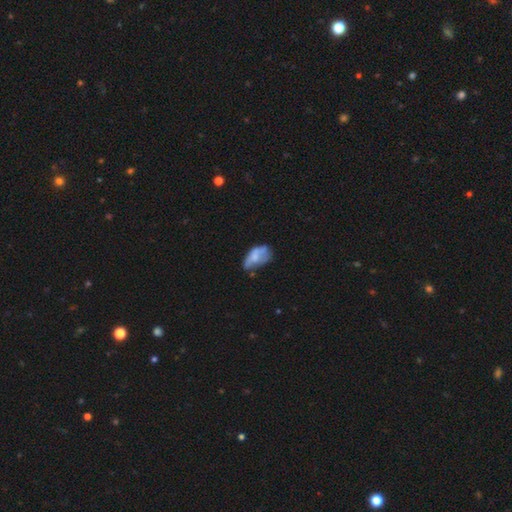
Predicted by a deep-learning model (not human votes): Overall: smooth (56%; featured or disk 35%). How rounded: in between (91%). Merging: minor disturbance (33%; none 32%).